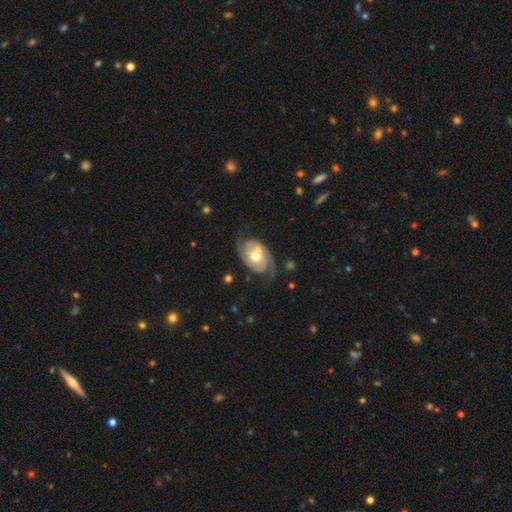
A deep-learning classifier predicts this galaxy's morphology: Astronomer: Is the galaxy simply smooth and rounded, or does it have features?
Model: featured or disk — 83%.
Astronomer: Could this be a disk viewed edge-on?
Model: no — 97%.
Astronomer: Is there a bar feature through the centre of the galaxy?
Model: no — 67%.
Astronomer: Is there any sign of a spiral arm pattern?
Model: yes — 93%.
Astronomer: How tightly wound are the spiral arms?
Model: tight — 42% (runner-up: medium, 40%).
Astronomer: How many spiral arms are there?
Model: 2 — 88%.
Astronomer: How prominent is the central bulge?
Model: moderate — 77%.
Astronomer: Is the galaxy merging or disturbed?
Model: none — 67%.